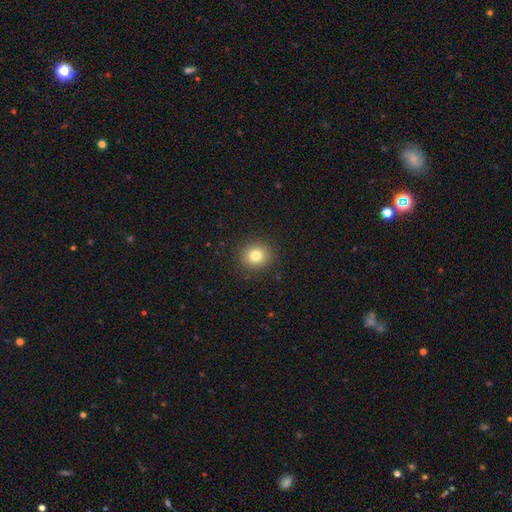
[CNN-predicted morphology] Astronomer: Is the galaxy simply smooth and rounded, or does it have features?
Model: smooth — 80%.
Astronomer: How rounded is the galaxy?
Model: round — 87%.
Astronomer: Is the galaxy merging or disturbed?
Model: none — 91%.